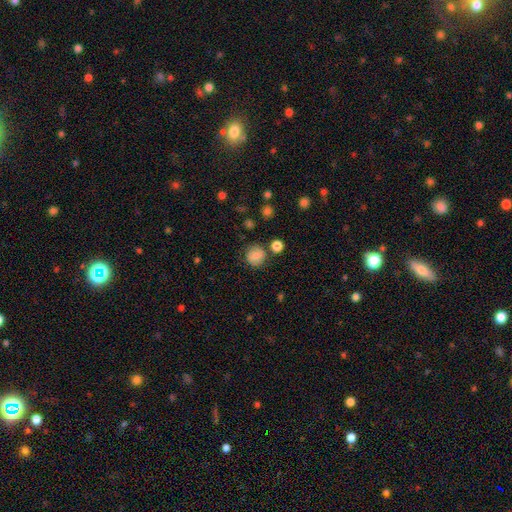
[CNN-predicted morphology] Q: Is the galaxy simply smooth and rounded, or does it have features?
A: smooth — 80%.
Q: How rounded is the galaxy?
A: round — 87%.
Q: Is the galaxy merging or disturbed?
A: none — 77%.